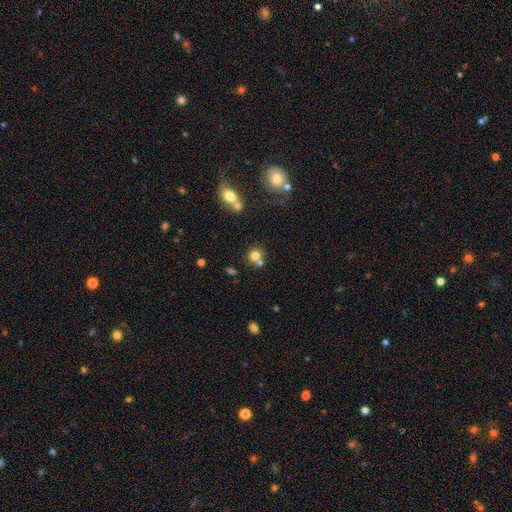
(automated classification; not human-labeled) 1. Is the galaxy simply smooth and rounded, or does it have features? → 75% smooth, 14% star or artifact, 10% featured or disk.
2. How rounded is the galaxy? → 86% round, 13% in between, 1% cigar-shaped.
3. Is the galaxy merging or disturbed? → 58% none, 29% merger, 9% minor disturbance, 4% major disturbance.